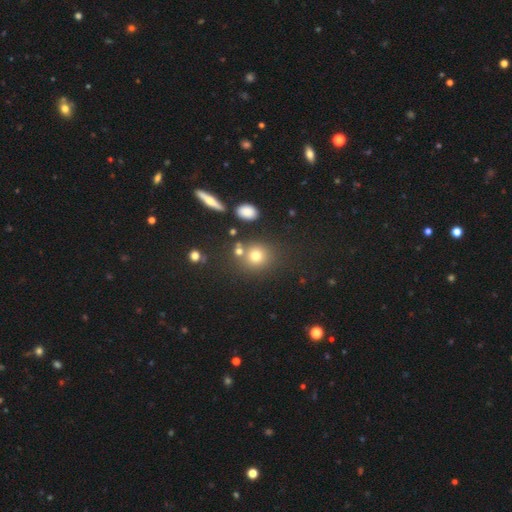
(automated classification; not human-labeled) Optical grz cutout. It shows a smooth galaxy with no disk features (73%) that is round (82%). Merging: none (71%).